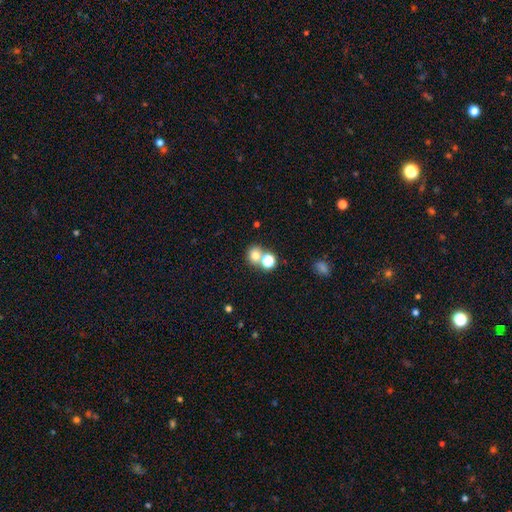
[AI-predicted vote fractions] smooth 74%, star or artifact 17%, featured or disk 9%. Down the decision tree: how rounded — round (78%); merging — none (54%).